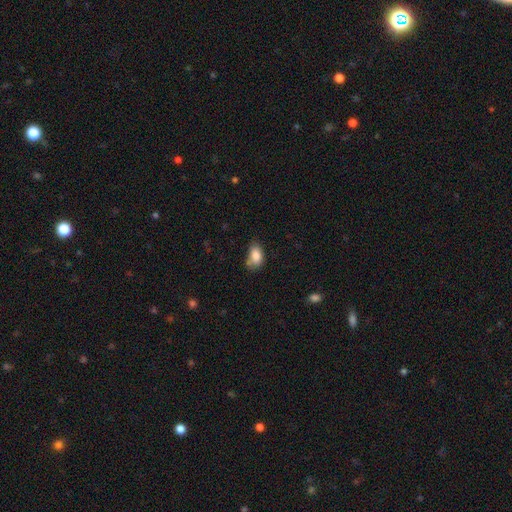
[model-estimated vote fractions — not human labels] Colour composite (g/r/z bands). It shows a smooth galaxy with no disk features (84%) that is in between round and cigar-shaped (87%). Merging: none (51%).